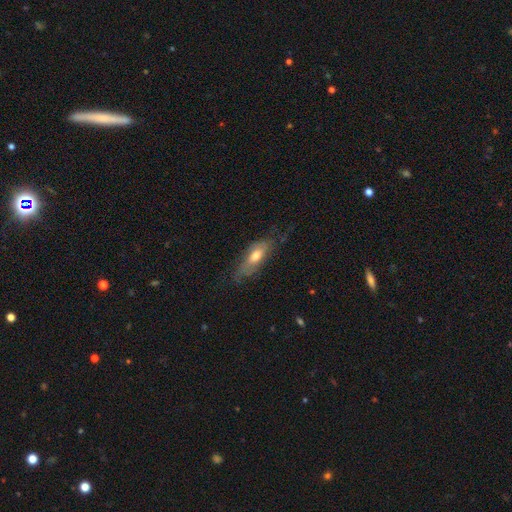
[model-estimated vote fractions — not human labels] Smooth or featured? Predicted: smooth (p=0.52). How rounded? Predicted: in between (p=0.67). Merging? Predicted: none (p=0.59).